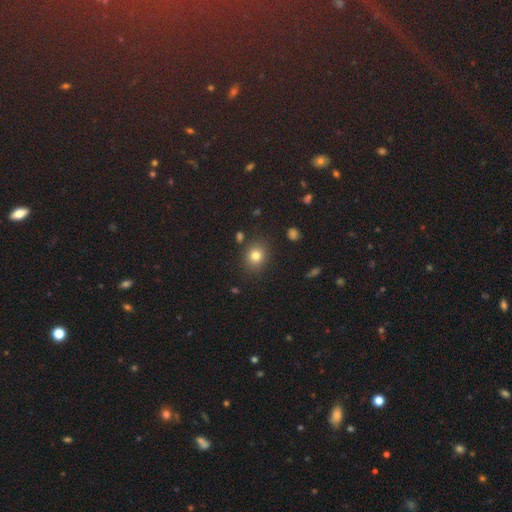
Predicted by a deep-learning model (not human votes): A smooth galaxy with no disk features (79%) that is round (71%). Merging: none (85%).